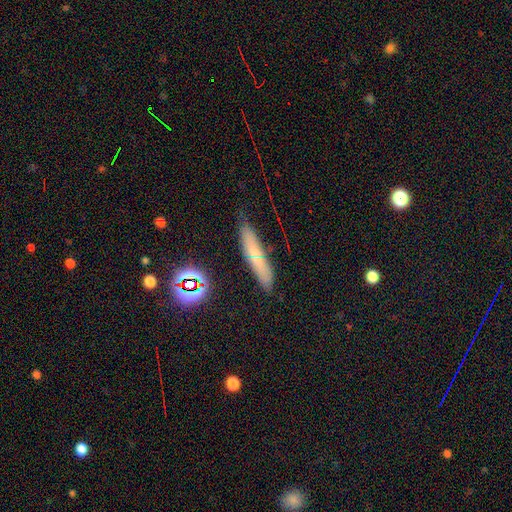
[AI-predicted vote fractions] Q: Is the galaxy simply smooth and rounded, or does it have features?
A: smooth — 59%.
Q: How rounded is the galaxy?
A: cigar-shaped — 85%.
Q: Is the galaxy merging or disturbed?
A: none — 75%.